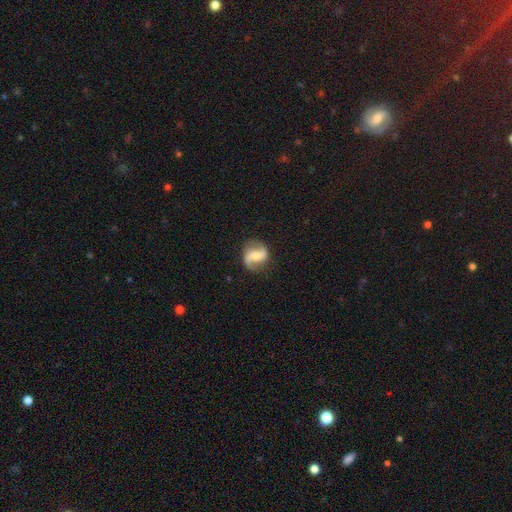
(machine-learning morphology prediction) The model was most divided on "bulge size": small: 39%, moderate: 38%, none: 13%, large: 8%, dominant: 2%. Remaining: edge-on disk — no (97%); spiral arms — yes (95%); spiral arm count — 2 (91%); merging — none (80%); smooth or featured — featured or disk (78%); spiral winding — loose (54%); bar — weak (39%).